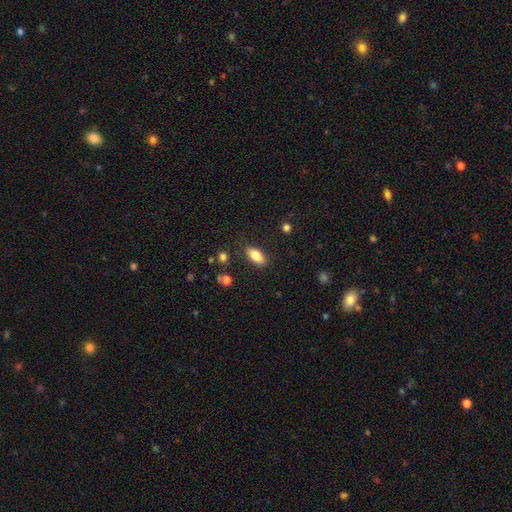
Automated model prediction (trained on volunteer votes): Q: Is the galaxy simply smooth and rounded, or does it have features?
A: smooth — 83%.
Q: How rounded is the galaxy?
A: in between — 88%.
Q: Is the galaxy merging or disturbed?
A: none — 86%.